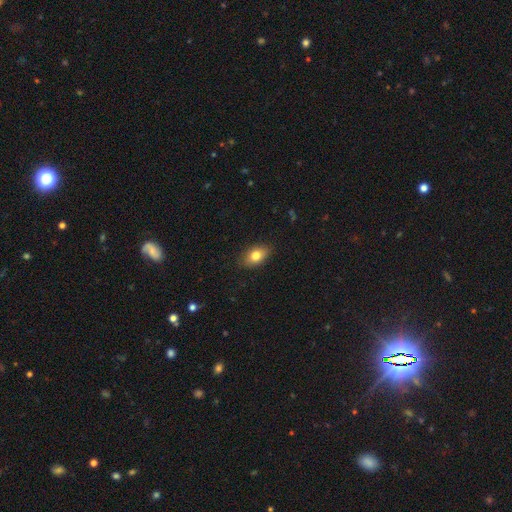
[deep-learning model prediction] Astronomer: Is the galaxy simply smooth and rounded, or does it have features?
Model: smooth — 79%.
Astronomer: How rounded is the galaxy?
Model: in between — 85%.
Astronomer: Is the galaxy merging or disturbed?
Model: none — 85%.